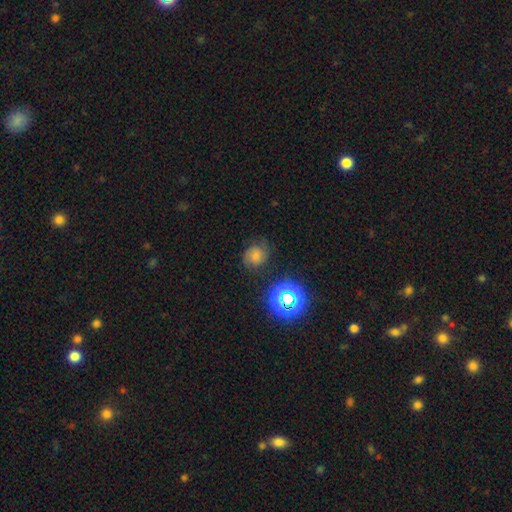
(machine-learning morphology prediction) smooth_or_featured: smooth (p=0.41) [alt: featured or disk p=0.33]
merging: none (p=0.68) [alt: minor disturbance p=0.21]